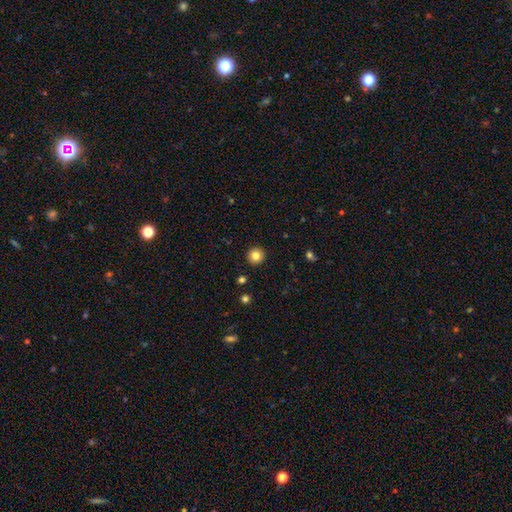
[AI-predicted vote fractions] Morphology: type=smooth (83%); roundness=round (96%); merging=none (93%).